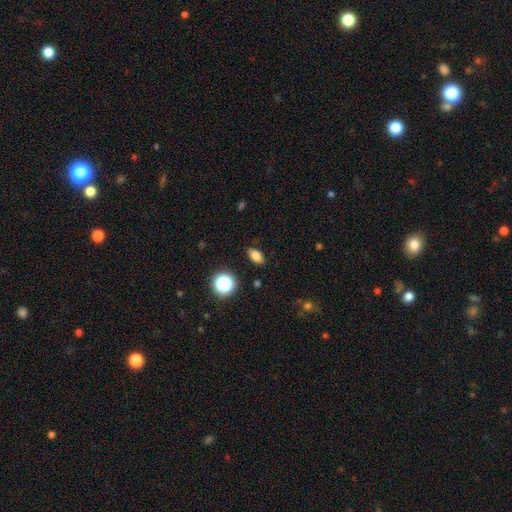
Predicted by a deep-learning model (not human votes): Morphology: type=smooth (79%); roundness=in between (82%); merging=none (86%).